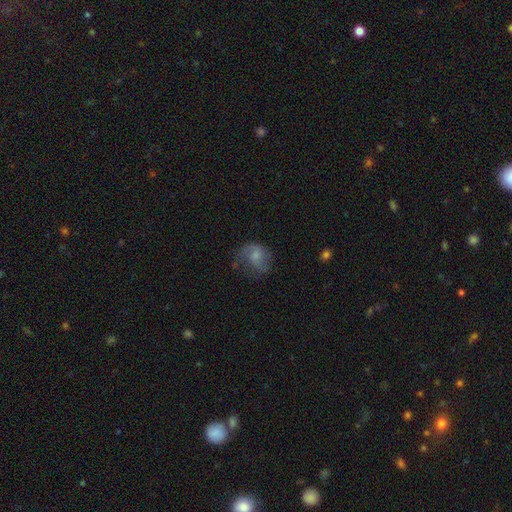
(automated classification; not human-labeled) Morphology: type=smooth (47%); merging=none (43%).